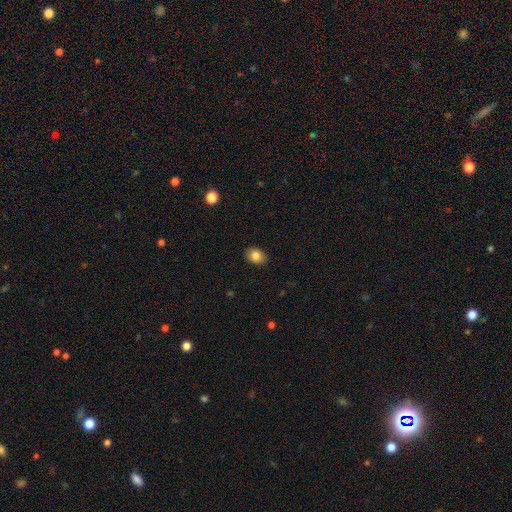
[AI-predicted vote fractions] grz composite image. It shows a smooth galaxy with no disk features (84%) that is in between round and cigar-shaped (72%). Merging: none (89%).